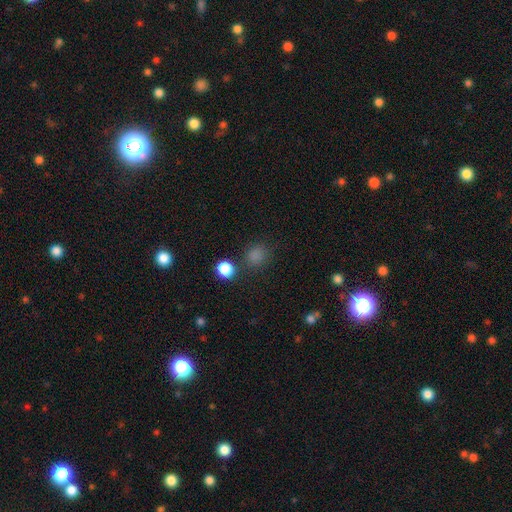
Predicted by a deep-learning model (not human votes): Smooth or featured: smooth — 79% (star or artifact — 17%)
How rounded: round — 81% (in between — 18%)
Merging: none — 76% (minor disturbance — 12%)